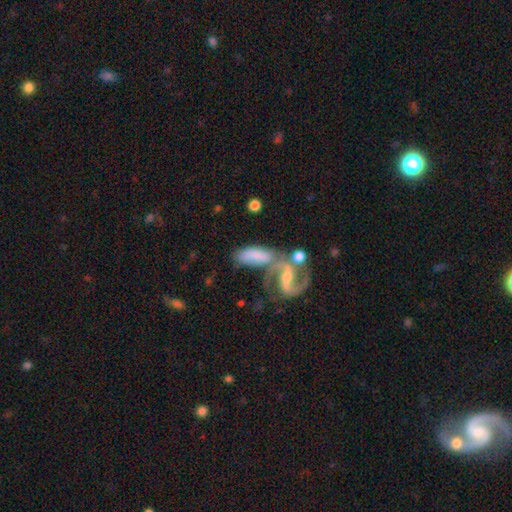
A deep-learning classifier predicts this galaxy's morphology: Overall: featured or disk (48%; smooth 44%). Merging: merger (45%; none 31%).